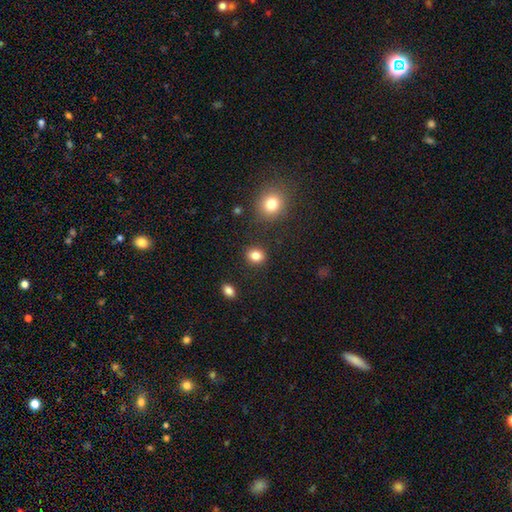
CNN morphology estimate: A smooth galaxy with no disk features (84%) that is round (61%).

Vote fractions:
- Smooth or featured? smooth: 84% / star or artifact: 11% / featured or disk: 5%
- How rounded? round: 61% / in between: 38% / cigar-shaped: 1%
- Merging? none: 87% / minor disturbance: 8% / merger: 3% / major disturbance: 3%